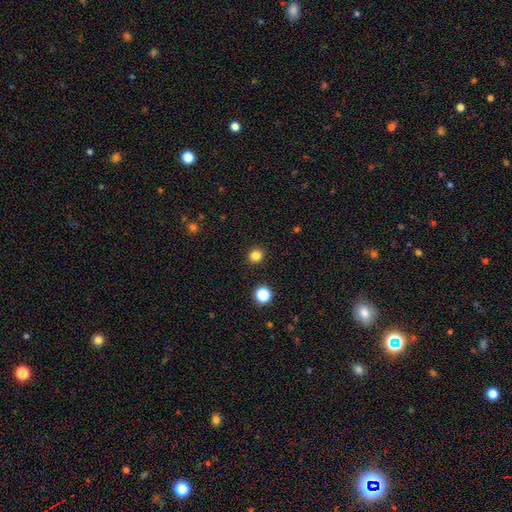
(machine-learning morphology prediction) Q: Smooth or featured?
A: smooth (83%); runner-up: star or artifact (13%)
Q: How rounded?
A: round (89%); runner-up: in between (10%)
Q: Merging?
A: none (92%); runner-up: minor disturbance (5%)